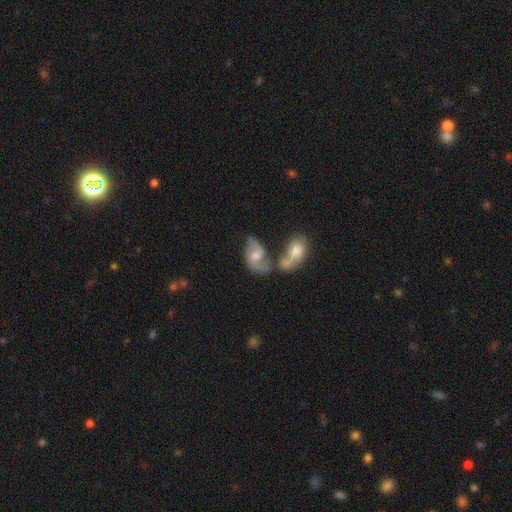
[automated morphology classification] Smooth or featured? Predicted: featured or disk (p=0.73). Edge-on disk? Predicted: no (p=0.96). Bar? Predicted: no (p=0.51). Spiral arms? Predicted: yes (p=0.88). Spiral winding? Predicted: loose (p=0.54). Spiral arm count? Predicted: 2 (p=0.84). Bulge size? Predicted: moderate (p=0.62). Merging? Predicted: merger (p=0.51).